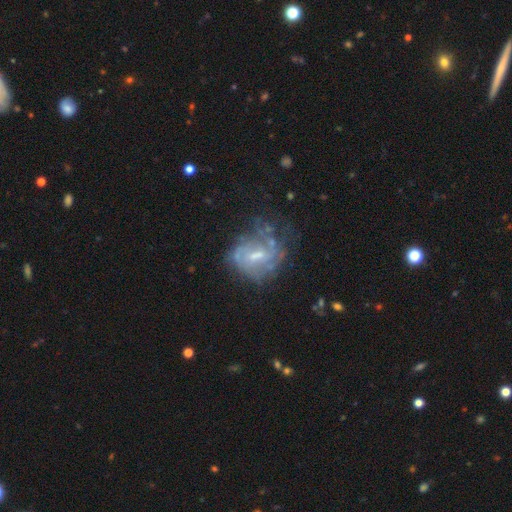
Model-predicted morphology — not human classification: type=featured or disk (71%); edge-on=no (97%); bar=weak (52%); spiral arms=yes (62%); bulge=small (45%); merging=none (48%).